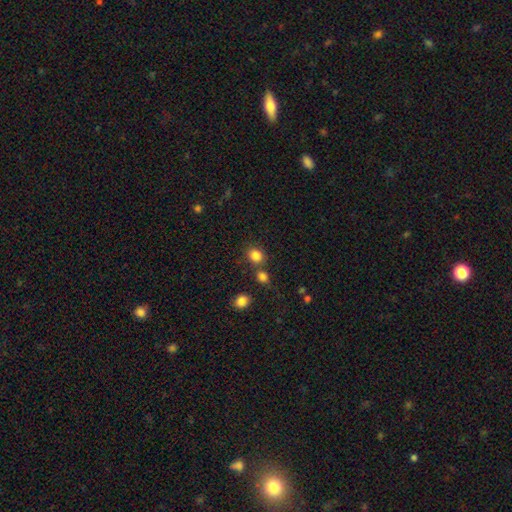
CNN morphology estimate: smooth-or-featured: smooth: 83% | star or artifact: 12% | featured or disk: 5%
  how-rounded: round: 66% | in between: 33% | cigar-shaped: 1%
  merging: none: 67% | merger: 18% | minor disturbance: 11% | major disturbance: 4%